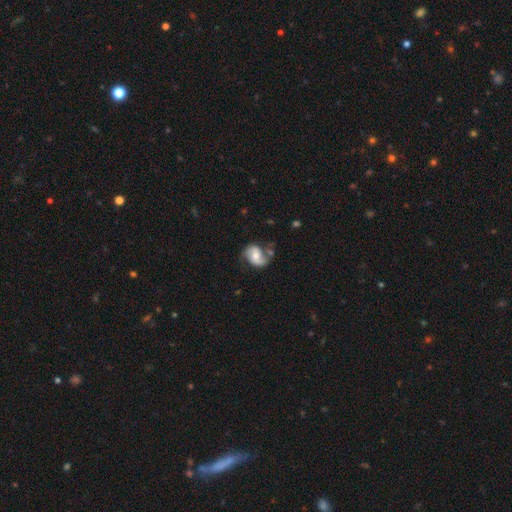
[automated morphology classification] Overall: featured or disk (71%). Edge-on disk: no (97%). Bar: no (52%; weak 35%). Spiral arms: yes (90%). Spiral arm count: 2 (88%). Spiral winding: medium (43%; loose 39%). Bulge size: moderate (66%). Merging: none (58%; minor disturbance 23%).